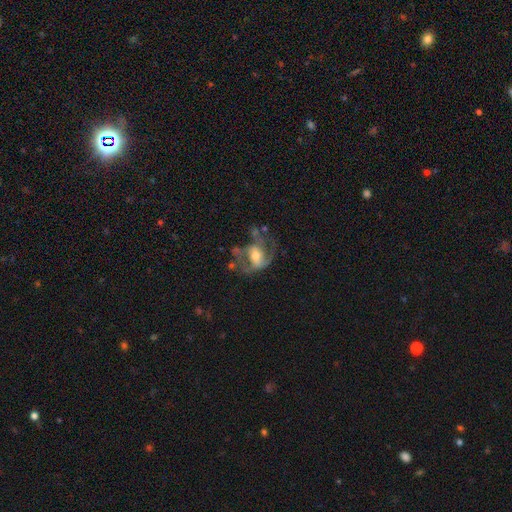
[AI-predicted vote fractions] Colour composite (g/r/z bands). It shows a featured or disk galaxy (70%) with no bar (49%), spiral arms (67%) and a moderate central bulge (59%). Merging: major disturbance (40%).